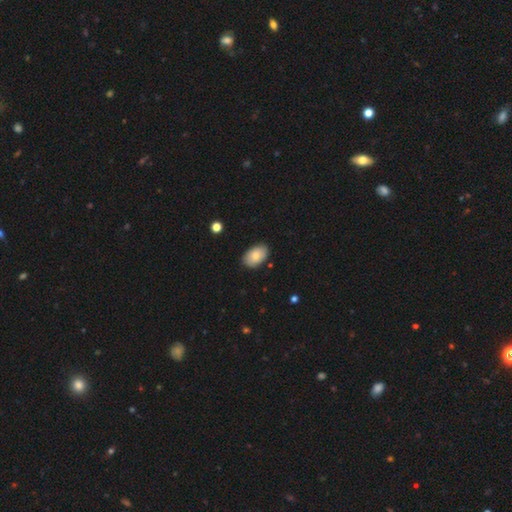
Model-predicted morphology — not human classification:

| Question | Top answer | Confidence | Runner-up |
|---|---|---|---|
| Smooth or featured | smooth | 82% | featured or disk (12%) |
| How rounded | in between | 91% | round (8%) |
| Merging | none | 85% | minor disturbance (12%) |